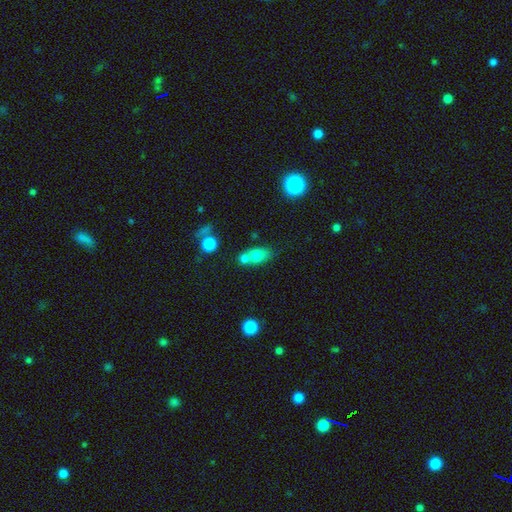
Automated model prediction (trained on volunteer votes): A smooth galaxy with no disk features (73%) that is in between round and cigar-shaped (65%).

Vote fractions:
- Smooth or featured? smooth: 73% / featured or disk: 16% / star or artifact: 11%
- How rounded? in between: 65% / round: 31% / cigar-shaped: 4%
- Merging? merger: 45% / none: 40% / minor disturbance: 11% / major disturbance: 4%